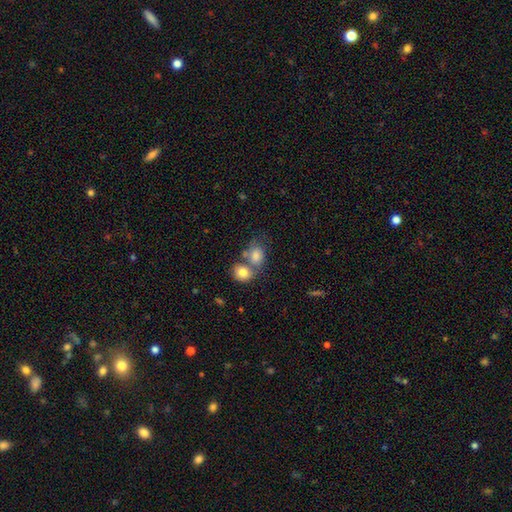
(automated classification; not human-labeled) Morphology: type=smooth (79%); roundness=in between (51%); merging=merger (54%).